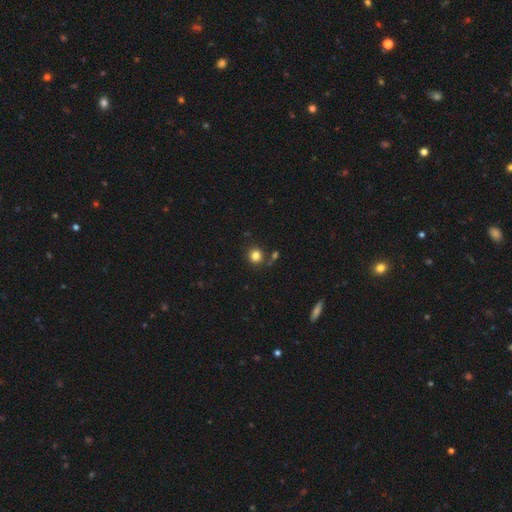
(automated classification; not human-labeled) smooth 82%, star or artifact 13%, featured or disk 5%. Down the decision tree: how rounded — round (91%); merging — none (81%).